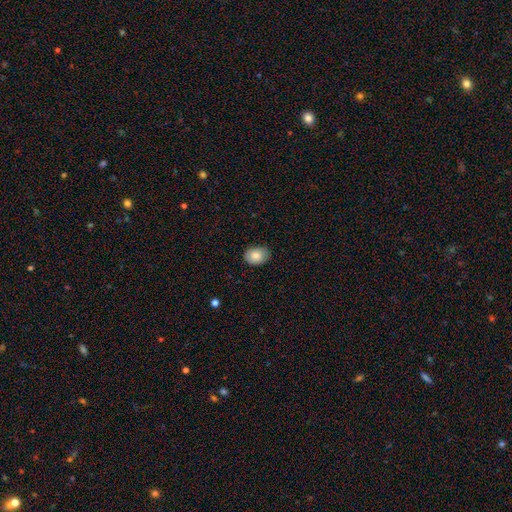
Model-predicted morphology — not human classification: This is clearly a smooth galaxy (82%). How rounded: likely in between (66%). Merging: clearly none (82%).